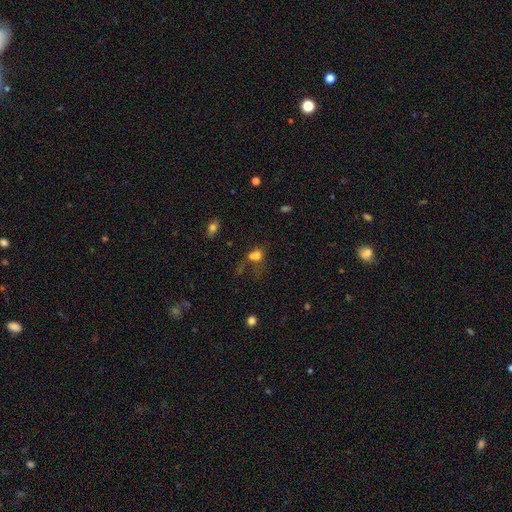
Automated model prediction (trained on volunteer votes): Smooth or featured: smooth — 69% (featured or disk — 16%)
How rounded: round — 55% (in between — 43%)
Merging: merger — 46% (none — 24%)